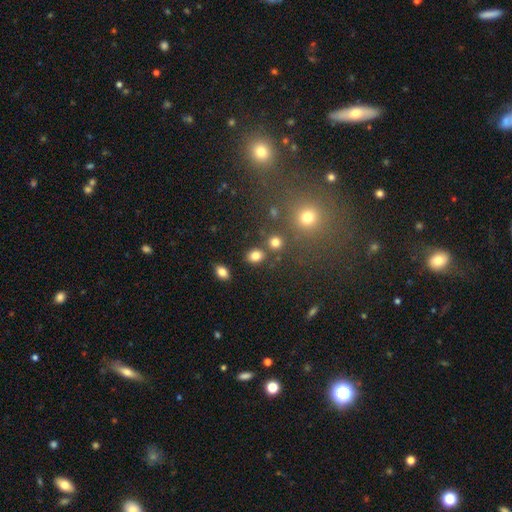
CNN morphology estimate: Smooth or featured: smooth — 81% (star or artifact — 13%)
How rounded: round — 55% (in between — 44%)
Merging: none — 78% (minor disturbance — 9%)